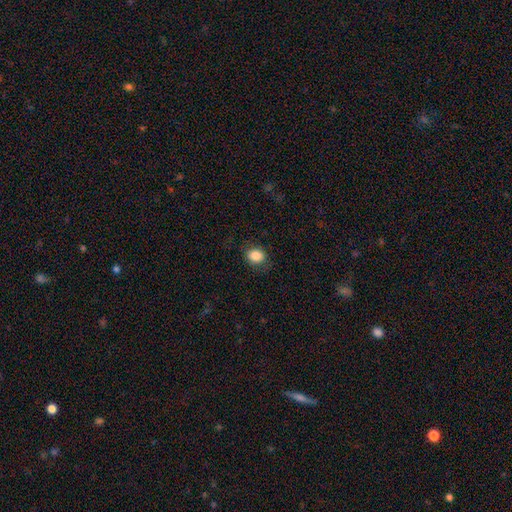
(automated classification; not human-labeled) Smooth or featured? Predicted: smooth (p=0.86). How rounded? Predicted: round (p=0.60). Merging? Predicted: none (p=0.83).